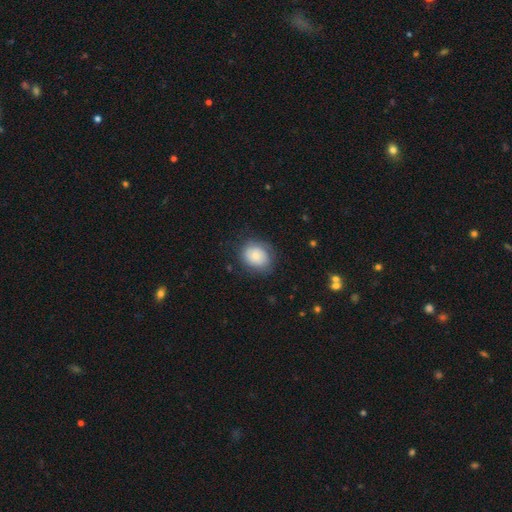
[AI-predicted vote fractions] smooth 71%, featured or disk 21%, star or artifact 8%. Down the decision tree: how rounded — round (59%); merging — none (72%).